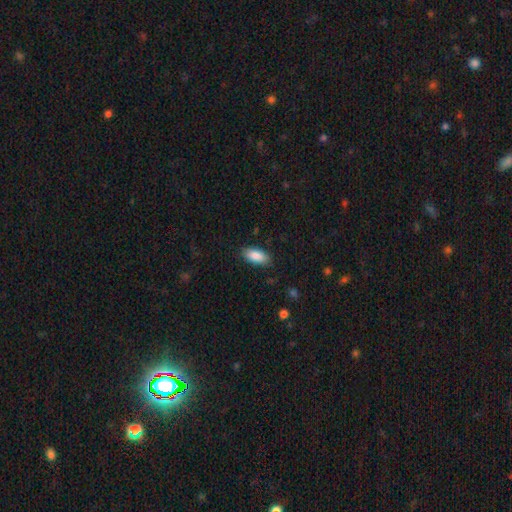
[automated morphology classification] Smooth or featured? Predicted: smooth (p=0.87). How rounded? Predicted: in between (p=0.88). Merging? Predicted: none (p=0.86).